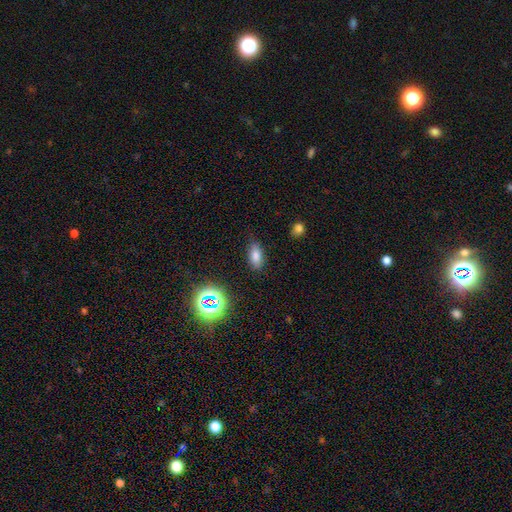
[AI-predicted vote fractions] Smooth or featured: smooth — 77% (star or artifact — 14%)
How rounded: in between — 84% (cigar-shaped — 12%)
Merging: none — 84% (minor disturbance — 11%)